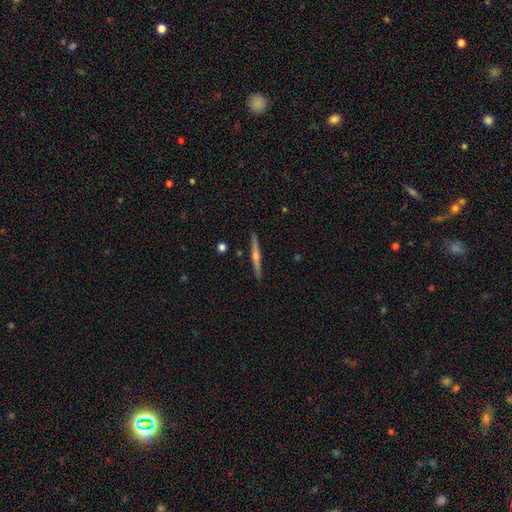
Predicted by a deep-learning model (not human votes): Q: Smooth or featured?
A: featured or disk (72%); runner-up: smooth (22%)
Q: Edge-on disk?
A: yes (98%); runner-up: no (2%)
Q: Edge-on bulge?
A: rounded (76%); runner-up: none (18%)
Q: Merging?
A: none (92%); runner-up: minor disturbance (6%)